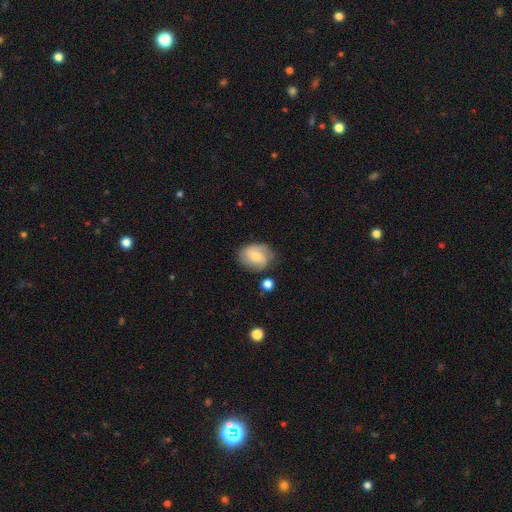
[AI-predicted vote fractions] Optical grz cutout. It shows a smooth galaxy with no disk features (51%) that is in between round and cigar-shaped (51%). Merging: none (67%).